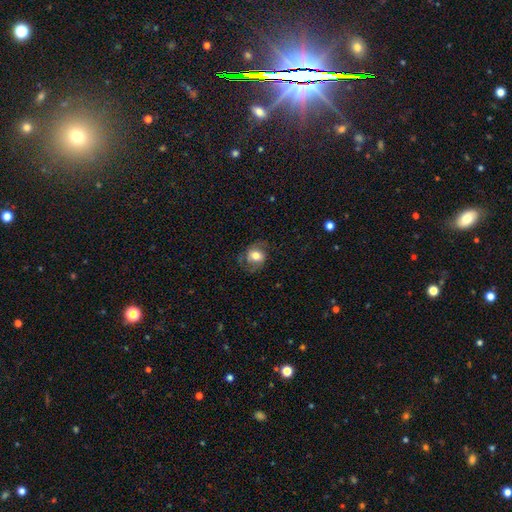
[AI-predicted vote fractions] This appears to be a smooth galaxy with no disk features (60%) that is round (55%). Merging: none (63%).